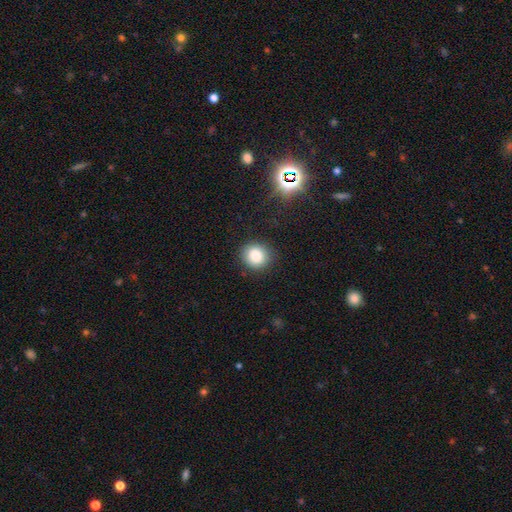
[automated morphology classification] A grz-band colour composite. It shows a smooth galaxy with no disk features (83%) that is round (83%). Merging: none (86%).